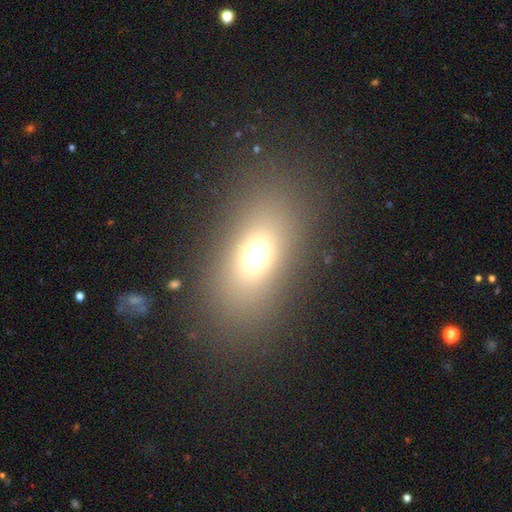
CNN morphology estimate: smooth-or-featured: smooth: 67% | star or artifact: 18% | featured or disk: 16%
  how-rounded: in between: 78% | round: 16% | cigar-shaped: 6%
  merging: none: 82% | minor disturbance: 9% | major disturbance: 7% | merger: 2%